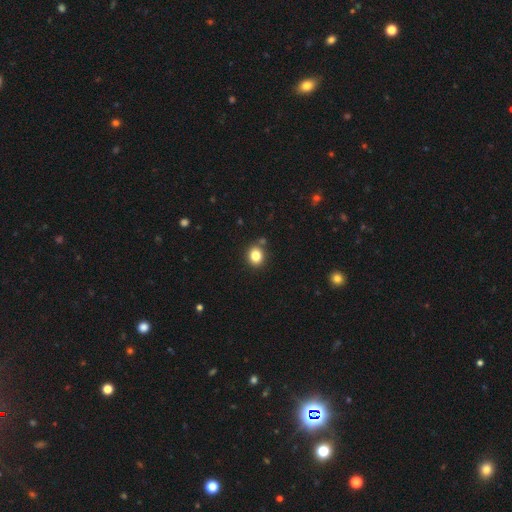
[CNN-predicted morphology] This appears to be a smooth galaxy with no disk features (83%) that is round (68%). Merging: none (84%).